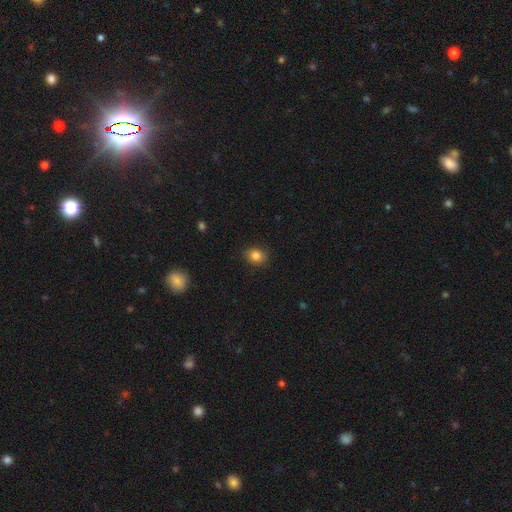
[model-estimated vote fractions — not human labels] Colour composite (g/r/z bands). It shows a smooth galaxy with no disk features (84%) that is round (55%). Merging: none (88%).